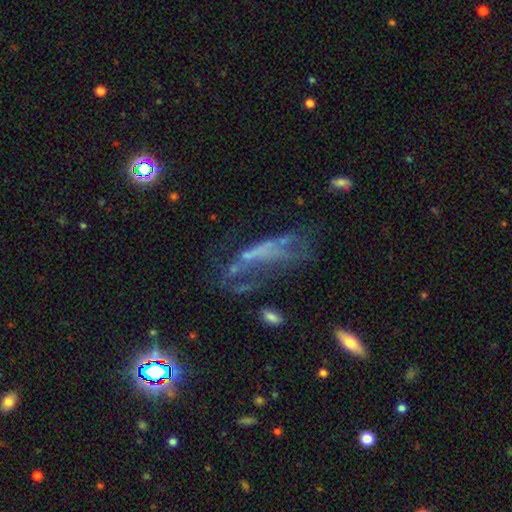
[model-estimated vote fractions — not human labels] Overall: featured or disk (50%; star or artifact 26%). Merging: major disturbance (37%; none 35%).